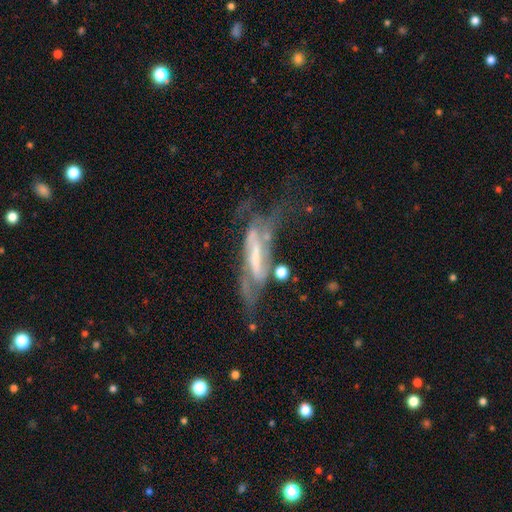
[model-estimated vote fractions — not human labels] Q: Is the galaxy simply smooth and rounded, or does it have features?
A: featured or disk — 75%.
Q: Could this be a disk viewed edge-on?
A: no — 67%.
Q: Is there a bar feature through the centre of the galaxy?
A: strong — 56%.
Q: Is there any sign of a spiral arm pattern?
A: yes — 75%.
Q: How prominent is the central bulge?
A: small — 37%.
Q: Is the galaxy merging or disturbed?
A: none — 36%.